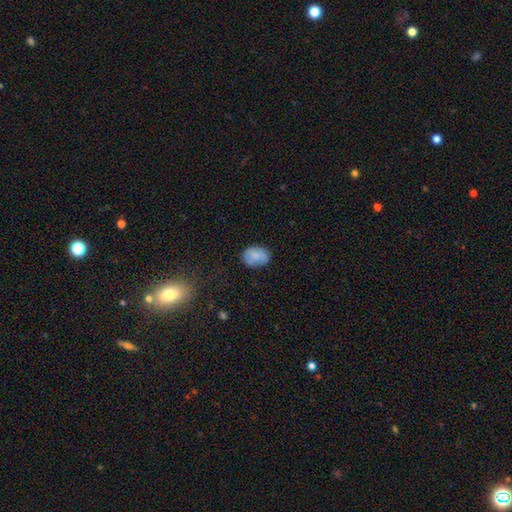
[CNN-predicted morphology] type=smooth (77%); roundness=in between (68%); merging=none (74%).